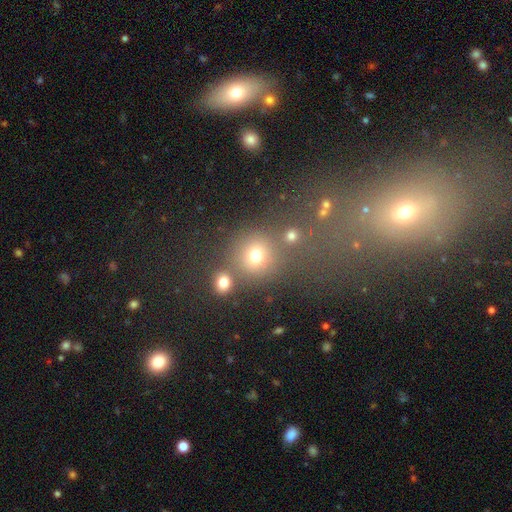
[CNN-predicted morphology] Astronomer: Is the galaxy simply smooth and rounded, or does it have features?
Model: smooth — 71%.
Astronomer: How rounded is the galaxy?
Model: round — 86%.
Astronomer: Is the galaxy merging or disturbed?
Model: none — 68%.